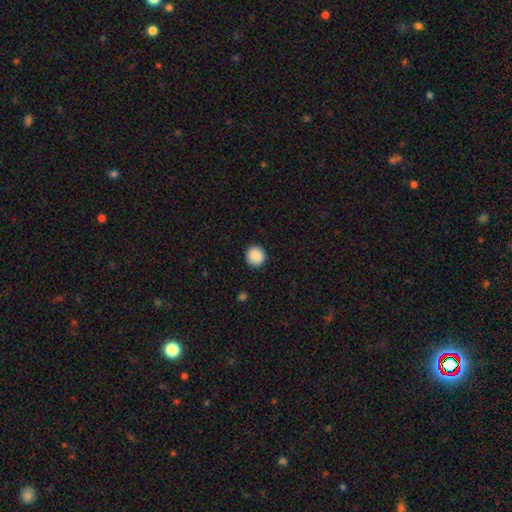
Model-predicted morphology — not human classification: A smooth galaxy with no disk features (89%) that is round (94%).

Vote fractions:
- Smooth or featured? smooth: 89% / star or artifact: 8% / featured or disk: 3%
- How rounded? round: 94% / in between: 5% / cigar-shaped: 1%
- Merging? none: 91% / minor disturbance: 6% / major disturbance: 2% / merger: 1%